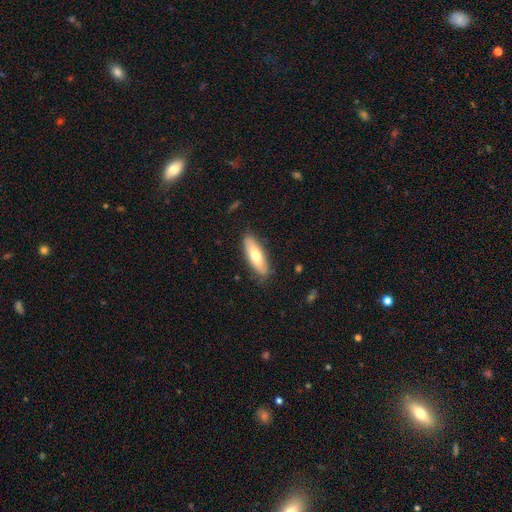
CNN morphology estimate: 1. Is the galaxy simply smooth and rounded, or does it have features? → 65% smooth, 29% featured or disk, 6% star or artifact.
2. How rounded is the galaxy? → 55% in between, 43% cigar-shaped, 2% round.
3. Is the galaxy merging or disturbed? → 83% none, 13% minor disturbance, 3% major disturbance, 1% merger.